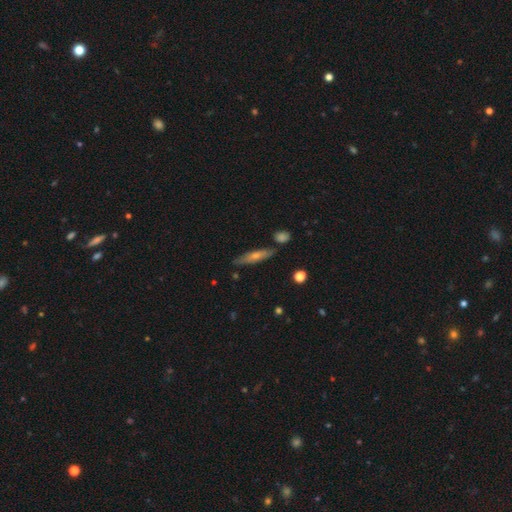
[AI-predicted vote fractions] This appears to be a featured or disk galaxy (48%). Merging: none (82%).